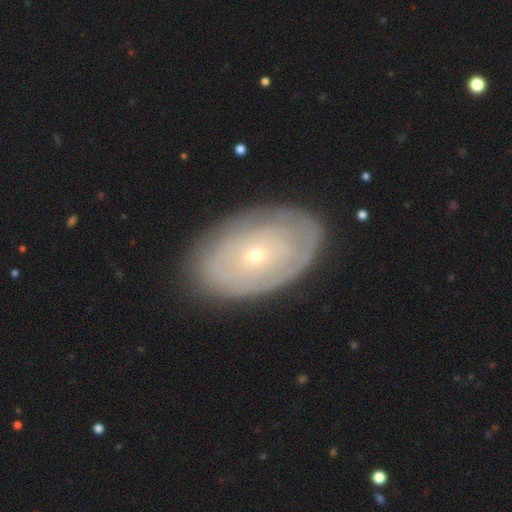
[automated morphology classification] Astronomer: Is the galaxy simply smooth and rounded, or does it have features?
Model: featured or disk — 62%.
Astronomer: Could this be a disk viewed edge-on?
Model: no — 93%.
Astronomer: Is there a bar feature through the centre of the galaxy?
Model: no — 87%.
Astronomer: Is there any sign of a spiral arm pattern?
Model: yes — 50%, tied with no at 50%.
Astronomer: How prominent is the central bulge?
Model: small — 75%.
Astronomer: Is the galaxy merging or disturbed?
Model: none — 81%.